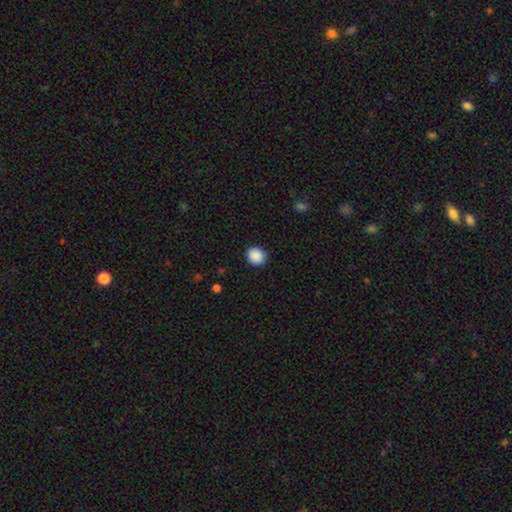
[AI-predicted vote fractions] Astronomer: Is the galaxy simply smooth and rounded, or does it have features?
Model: smooth — 90%.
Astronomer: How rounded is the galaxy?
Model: round — 78%.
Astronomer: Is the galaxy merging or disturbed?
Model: none — 90%.